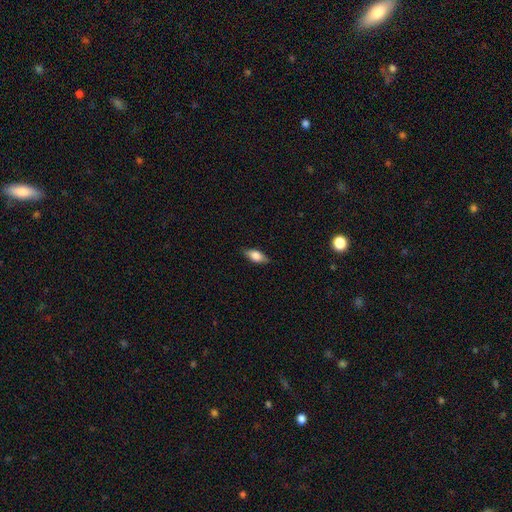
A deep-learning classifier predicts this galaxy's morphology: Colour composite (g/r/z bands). It shows a smooth galaxy with no disk features (69%) that is in between round and cigar-shaped (79%). Merging: none (84%).